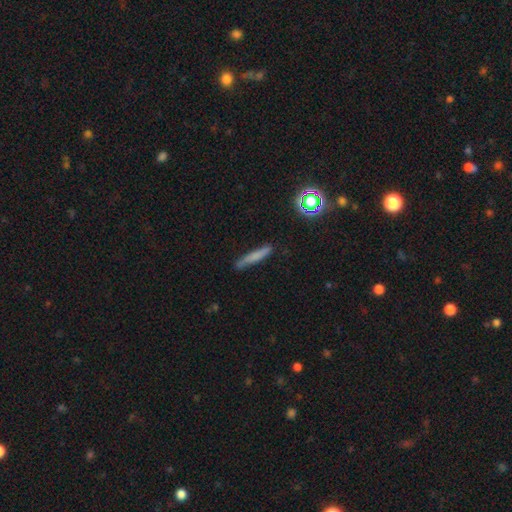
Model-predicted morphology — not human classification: A smooth galaxy with no disk features (67%) that is cigar-shaped (92%).

Vote fractions:
- Smooth or featured? smooth: 67% / featured or disk: 23% / star or artifact: 10%
- How rounded? cigar-shaped: 92% / in between: 6% / round: 2%
- Merging? none: 76% / minor disturbance: 18% / major disturbance: 4% / merger: 2%